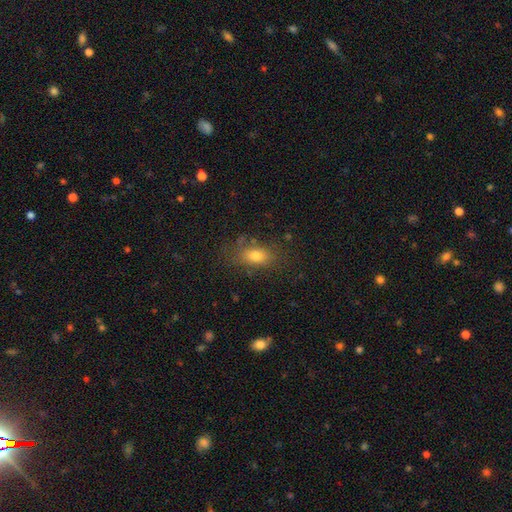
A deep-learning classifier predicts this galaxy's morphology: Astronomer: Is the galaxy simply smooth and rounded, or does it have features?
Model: smooth — 75%.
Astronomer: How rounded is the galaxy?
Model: in between — 81%.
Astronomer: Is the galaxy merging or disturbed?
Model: none — 73%.